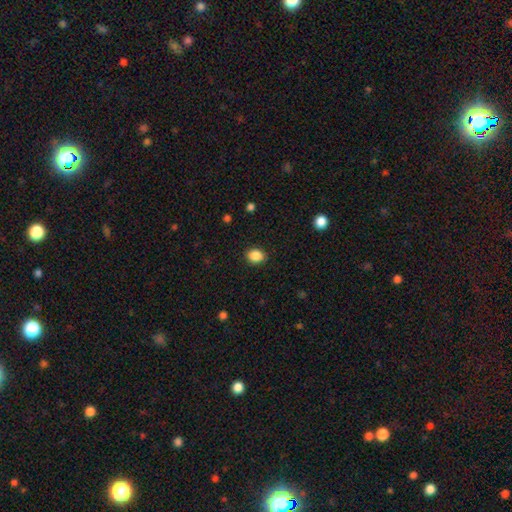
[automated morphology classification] type=smooth (87%); roundness=round (52%); merging=none (89%).